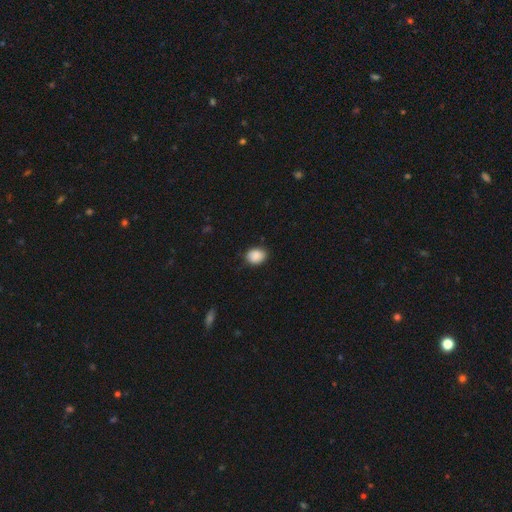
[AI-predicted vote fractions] Morphology: type=smooth (89%); roundness=in between (59%); merging=none (82%).